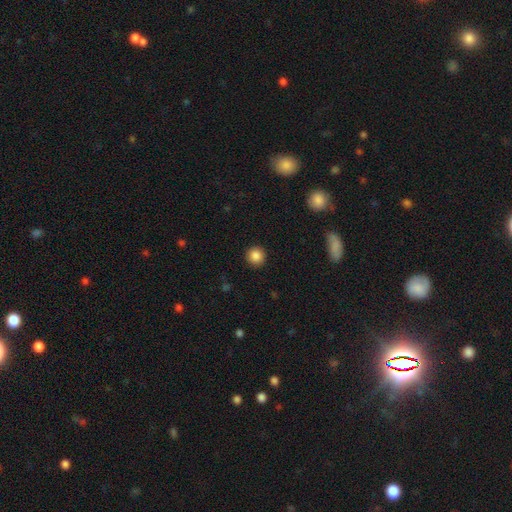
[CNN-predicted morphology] smooth_or_featured: smooth (p=0.86) [alt: star or artifact p=0.10]
how_rounded: round (p=0.94) [alt: in between p=0.05]
merging: none (p=0.92) [alt: minor disturbance p=0.05]